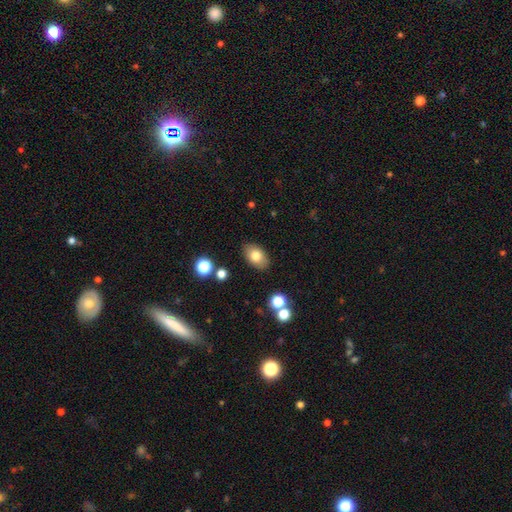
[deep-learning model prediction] Morphology: type=smooth (77%); roundness=in between (88%); merging=none (85%).